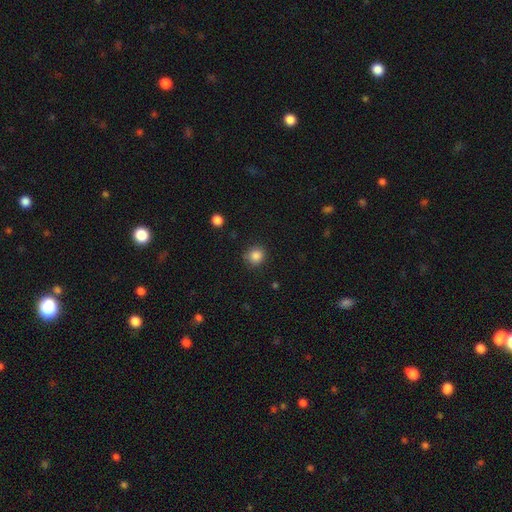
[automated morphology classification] This is clearly a smooth galaxy (86%). How rounded: clearly round (85%). Merging: clearly none (86%).